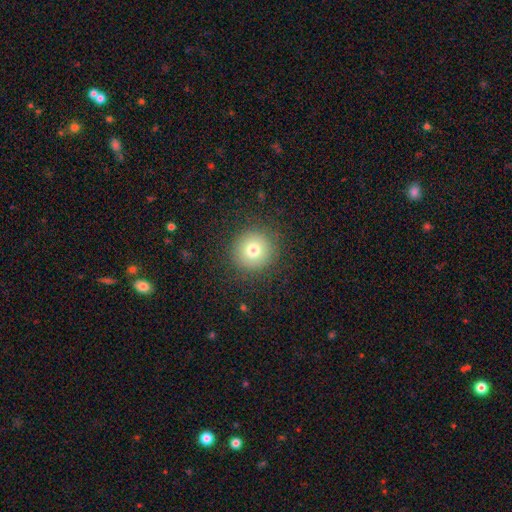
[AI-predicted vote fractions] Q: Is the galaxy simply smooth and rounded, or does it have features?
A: smooth — 72%.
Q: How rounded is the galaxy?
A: round — 93%.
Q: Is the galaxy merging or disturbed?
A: none — 92%.